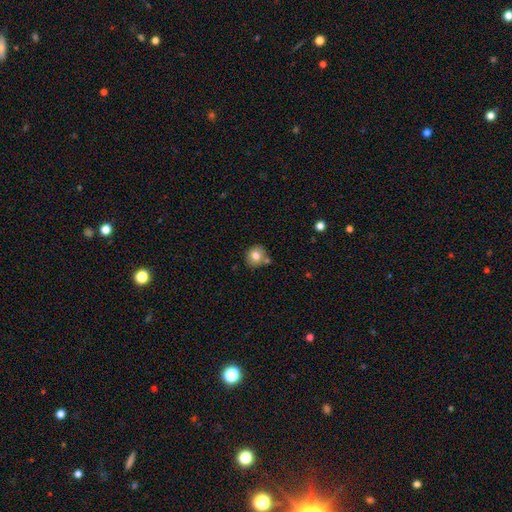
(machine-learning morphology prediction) A smooth galaxy with no disk features (79%) that is round (88%). Merging: none (71%).